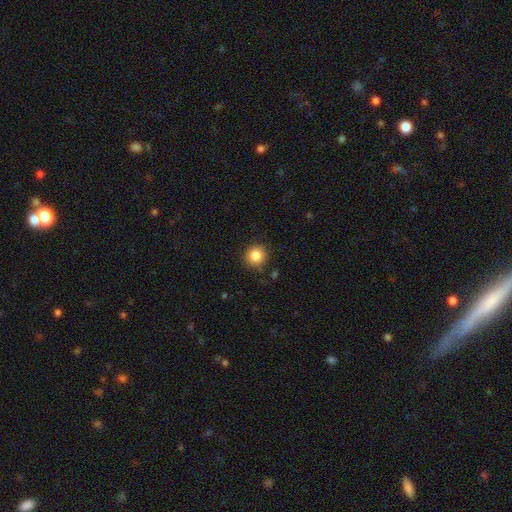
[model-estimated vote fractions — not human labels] Smooth or featured?
  - smooth: 84% *
  - star or artifact: 11%
  - featured or disk: 6%
How rounded?
  - round: 93% *
  - in between: 6%
  - cigar-shaped: 1%
Merging?
  - none: 88% *
  - minor disturbance: 8%
  - major disturbance: 2%
  - merger: 2%